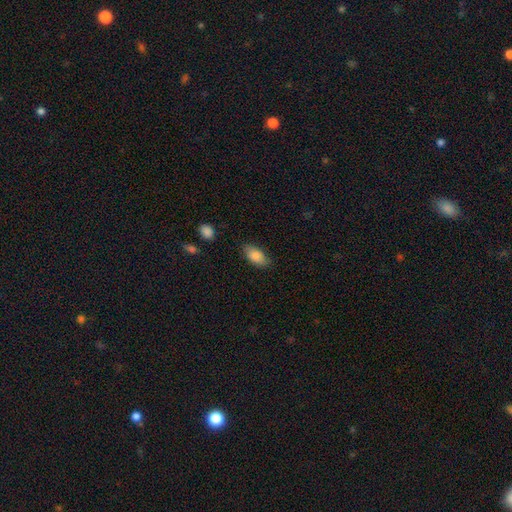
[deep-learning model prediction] smooth-or-featured: smooth: 86% | featured or disk: 7% | star or artifact: 7%
  how-rounded: in between: 91% | cigar-shaped: 6% | round: 3%
  merging: none: 80% | minor disturbance: 15% | major disturbance: 4% | merger: 1%